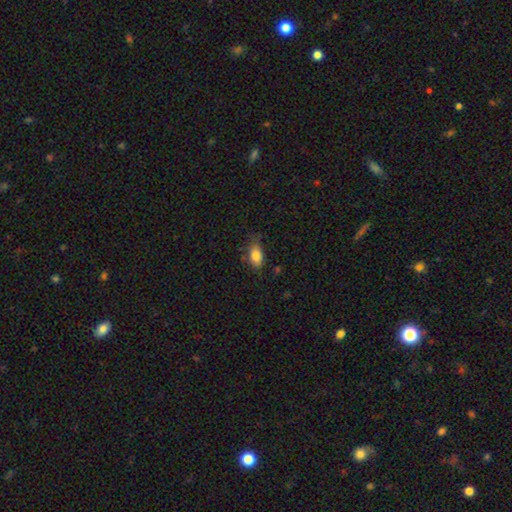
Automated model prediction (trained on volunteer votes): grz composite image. It shows a smooth galaxy with no disk features (82%) that is in between round and cigar-shaped (89%). Merging: none (70%).